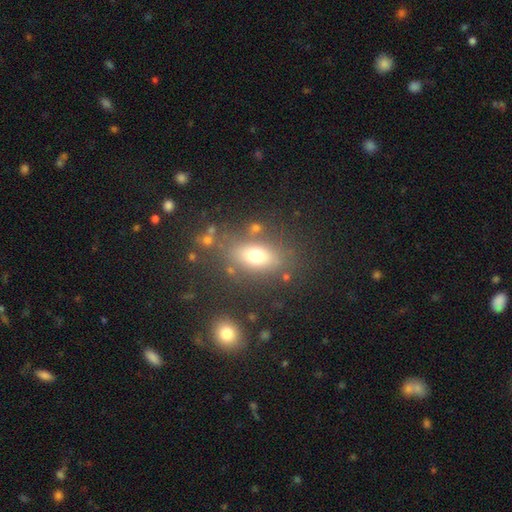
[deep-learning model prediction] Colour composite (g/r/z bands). It shows a smooth galaxy with no disk features (70%) that is in between round and cigar-shaped (72%). Merging: none (74%).